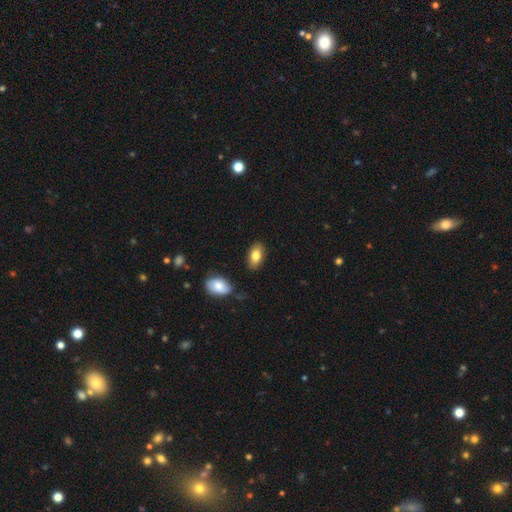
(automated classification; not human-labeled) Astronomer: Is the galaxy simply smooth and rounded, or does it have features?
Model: smooth — 82%.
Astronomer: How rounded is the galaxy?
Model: in between — 93%.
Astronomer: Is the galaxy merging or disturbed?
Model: none — 85%.